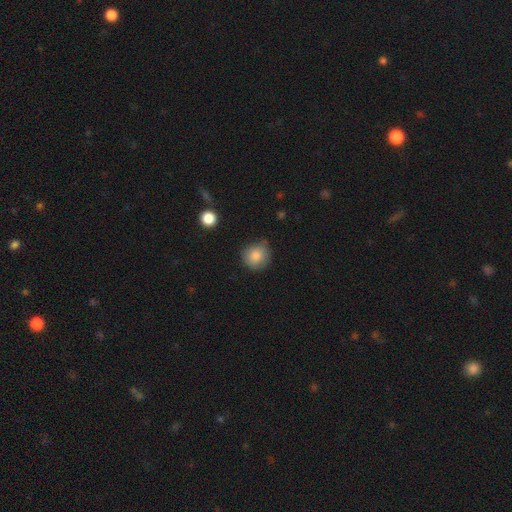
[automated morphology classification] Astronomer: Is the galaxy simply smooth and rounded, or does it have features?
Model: smooth — 86%.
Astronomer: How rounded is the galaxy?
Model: round — 88%.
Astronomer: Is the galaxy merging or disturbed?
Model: none — 72%.